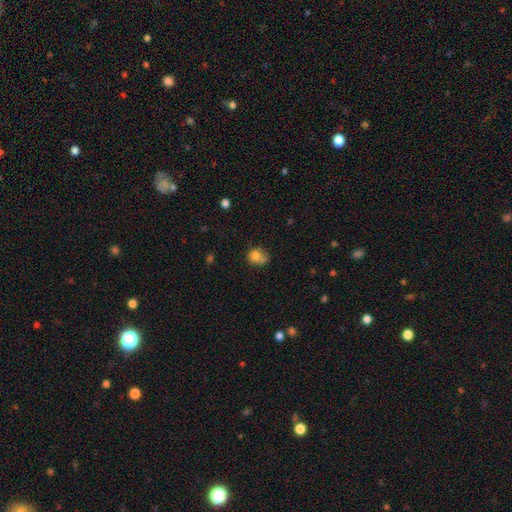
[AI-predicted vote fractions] Morphology: type=smooth (78%); roundness=round (63%); merging=none (42%).